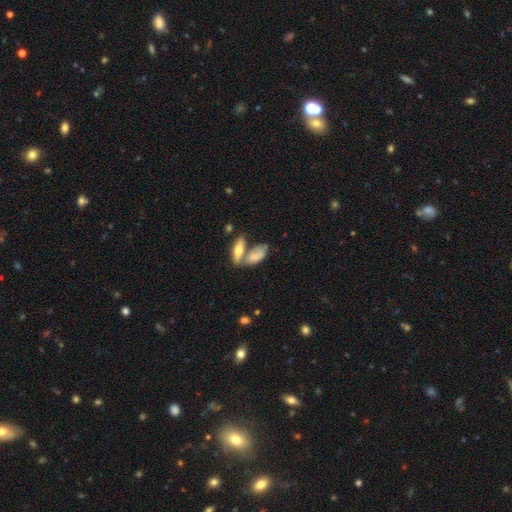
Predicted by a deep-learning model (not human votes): Smooth or featured? Predicted: smooth (p=0.72). How rounded? Predicted: in between (p=0.81). Merging? Predicted: merger (p=0.47).